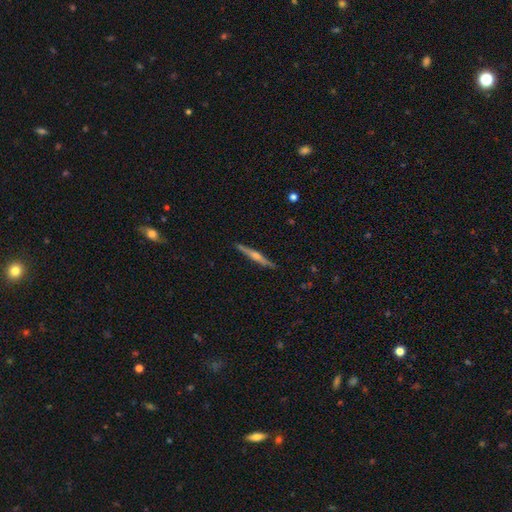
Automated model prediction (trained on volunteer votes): featured or disk 74%, smooth 20%, star or artifact 6%. Down the decision tree: edge-on disk — yes (98%); edge-on bulge — rounded (79%); merging — none (91%).